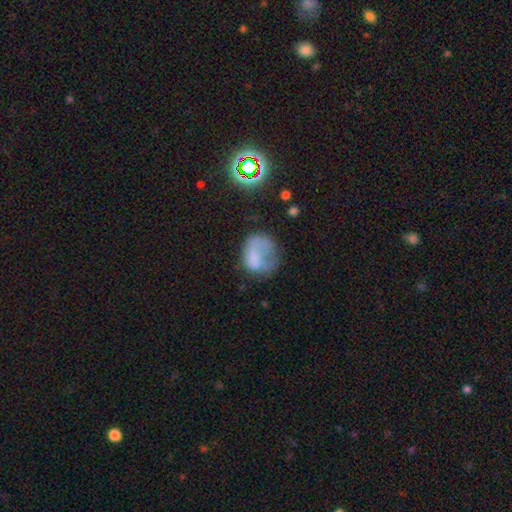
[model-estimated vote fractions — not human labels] Overall: smooth (58%; featured or disk 27%). How rounded: round (56%; in between 43%). Merging: none (35%; major disturbance 34%).